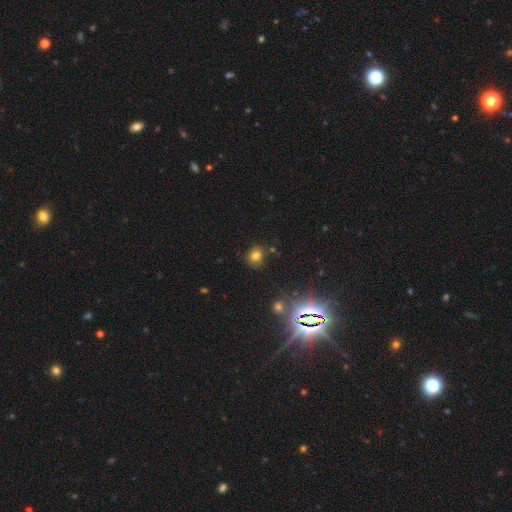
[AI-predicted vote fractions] Q: Smooth or featured?
A: smooth (74%); runner-up: star or artifact (19%)
Q: How rounded?
A: round (70%); runner-up: in between (28%)
Q: Merging?
A: none (78%); runner-up: minor disturbance (14%)